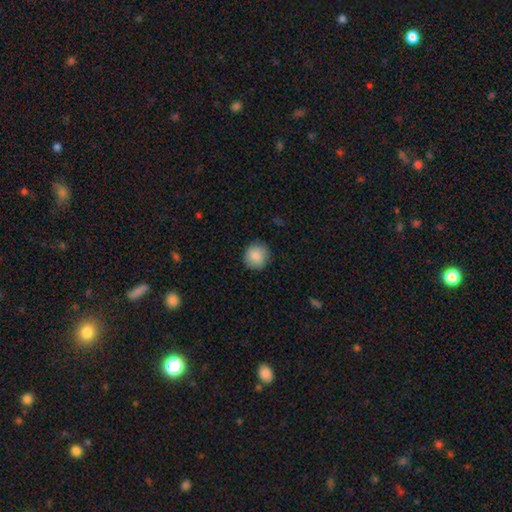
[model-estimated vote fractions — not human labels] The model was most divided on "merging": none: 85%, minor disturbance: 11%, major disturbance: 3%, merger: 1%. More confident: how rounded — round (90%); smooth or featured — smooth (86%).